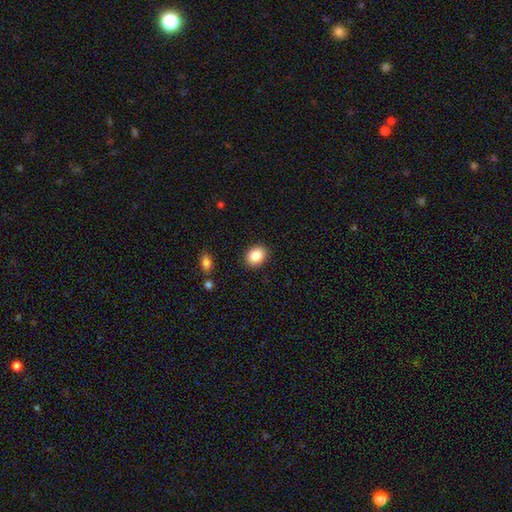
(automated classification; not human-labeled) Overall: smooth (86%). How rounded: in between (52%; round 48%). Merging: none (90%).